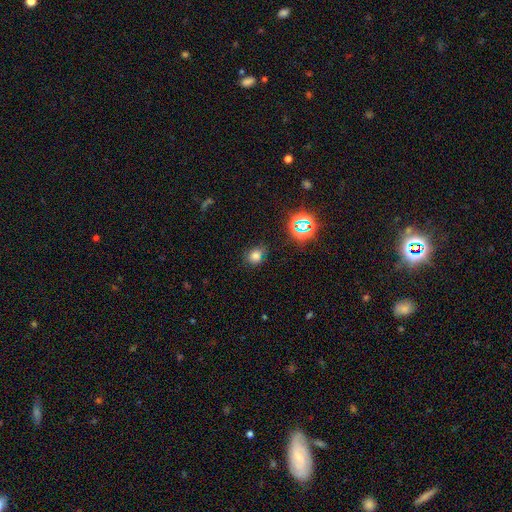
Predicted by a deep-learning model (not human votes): Q: Smooth or featured?
A: smooth (72%); runner-up: star or artifact (21%)
Q: How rounded?
A: round (61%); runner-up: in between (38%)
Q: Merging?
A: none (74%); runner-up: minor disturbance (18%)